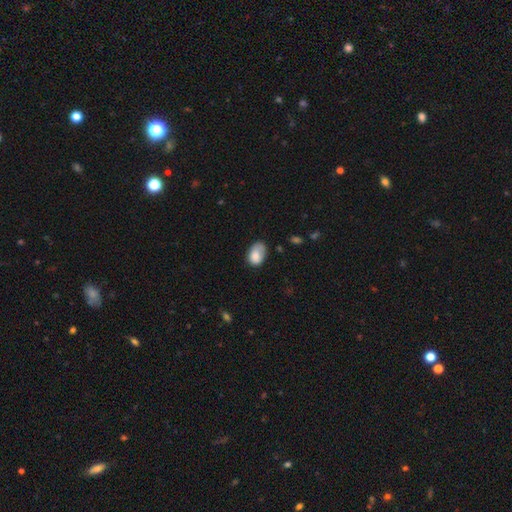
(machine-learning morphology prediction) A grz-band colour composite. It shows a smooth galaxy with no disk features (79%) that is in between round and cigar-shaped (85%). Merging: none (49%).